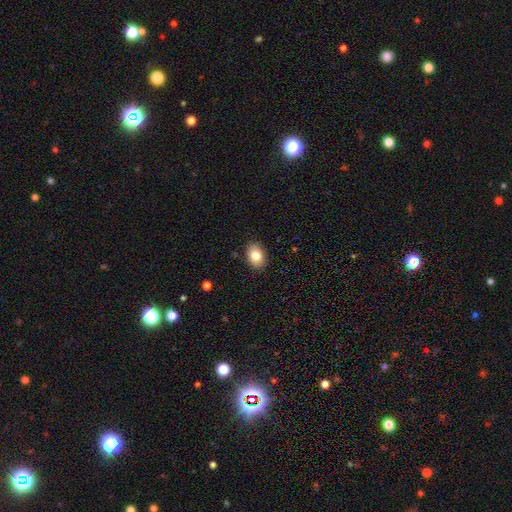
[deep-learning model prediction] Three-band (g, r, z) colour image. It shows a smooth galaxy with no disk features (82%) that is in between round and cigar-shaped (77%). Merging: none (89%).